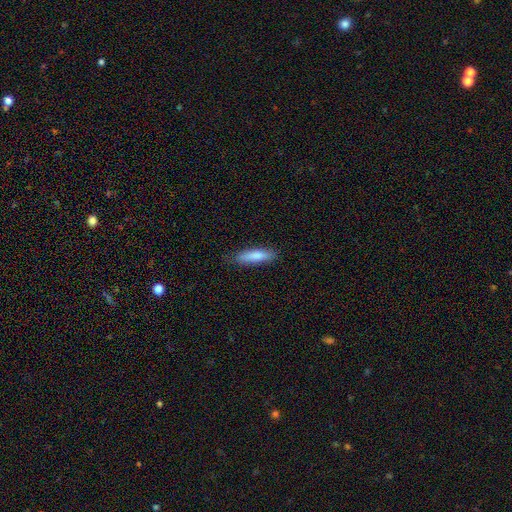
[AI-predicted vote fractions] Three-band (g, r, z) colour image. It shows a smooth galaxy with no disk features (82%) that is cigar-shaped (71%). Merging: none (82%).